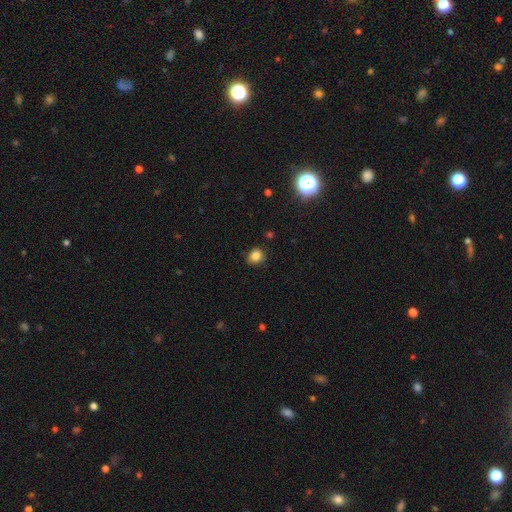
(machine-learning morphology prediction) Smooth or featured?
  - smooth: 83% *
  - star or artifact: 12%
  - featured or disk: 5%
How rounded?
  - round: 76% *
  - in between: 23%
  - cigar-shaped: 1%
Merging?
  - none: 86% *
  - minor disturbance: 10%
  - major disturbance: 2%
  - merger: 1%